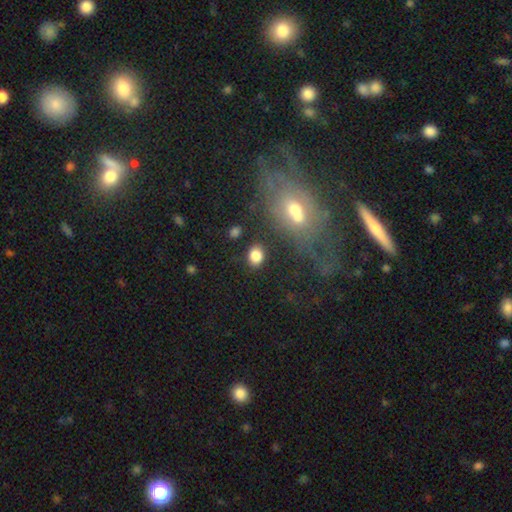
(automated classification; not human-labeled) Smooth or featured? smooth (84%)
How rounded? in between (52%)
Merging? none (83%)